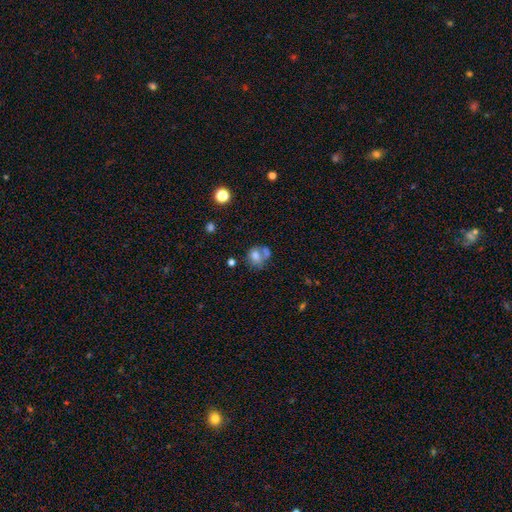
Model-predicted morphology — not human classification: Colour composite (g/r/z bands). It shows a smooth galaxy with no disk features (69%) that is round (55%). Merging: merger (44%).